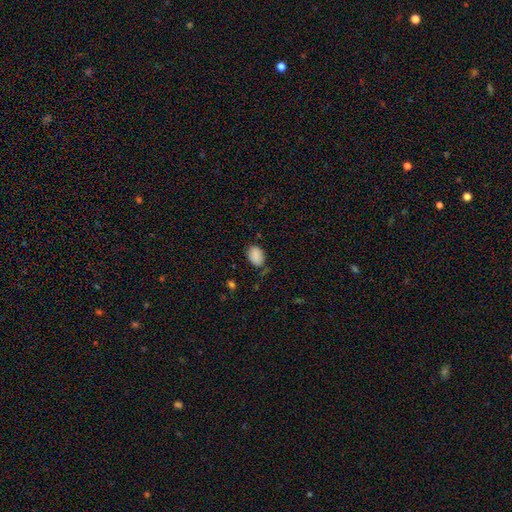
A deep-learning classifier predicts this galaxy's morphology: Smooth or featured? smooth (88%)
How rounded? in between (76%)
Merging? none (69%)